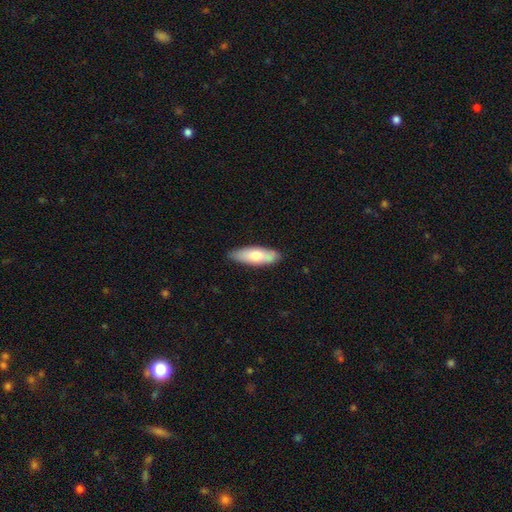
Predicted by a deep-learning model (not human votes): This appears to be a smooth galaxy with no disk features (70%) that is in between round and cigar-shaped (61%). Merging: none (84%).